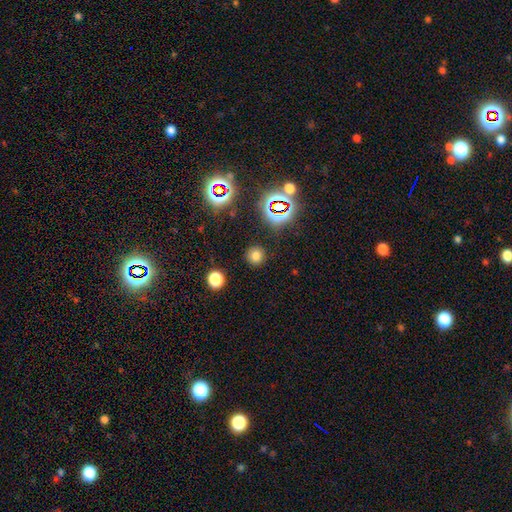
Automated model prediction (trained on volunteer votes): Morphology: type=smooth (72%); roundness=round (89%); merging=none (88%).